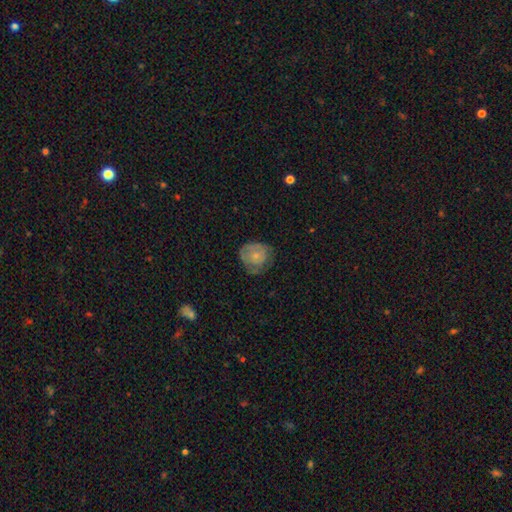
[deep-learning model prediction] smooth 57%, featured or disk 35%, star or artifact 8%. Down the decision tree: how rounded — round (79%); merging — none (53%).